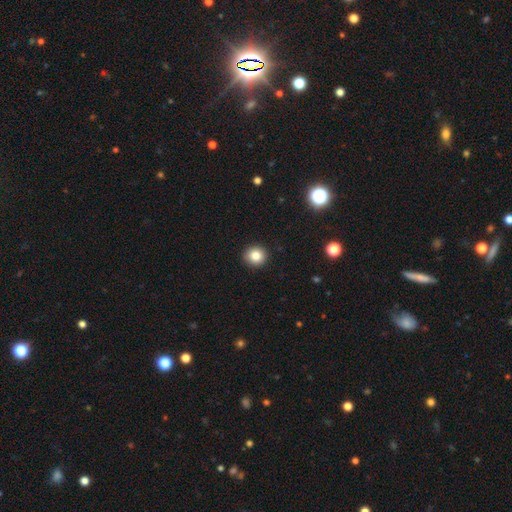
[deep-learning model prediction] Smooth or featured?
  - smooth: 83% *
  - star or artifact: 11%
  - featured or disk: 6%
How rounded?
  - round: 90% *
  - in between: 9%
  - cigar-shaped: 1%
Merging?
  - none: 92% *
  - minor disturbance: 6%
  - major disturbance: 2%
  - merger: 1%